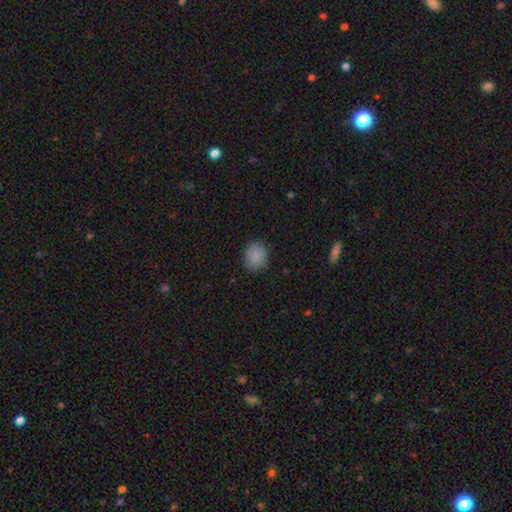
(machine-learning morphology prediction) Smooth or featured? smooth (87%)
How rounded? round (69%)
Merging? none (83%)